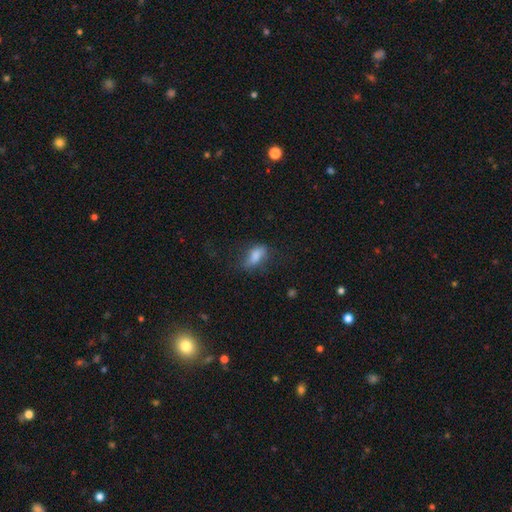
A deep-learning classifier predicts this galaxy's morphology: smooth-or-featured: smooth: 72% | featured or disk: 18% | star or artifact: 10%
  how-rounded: in between: 74% | cigar-shaped: 21% | round: 5%
  merging: none: 58% | minor disturbance: 25% | major disturbance: 15% | merger: 2%